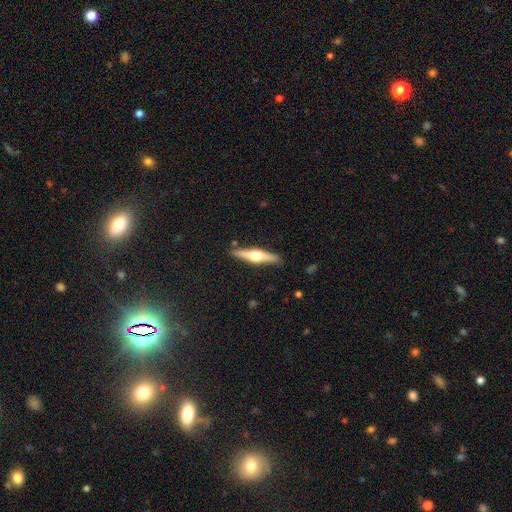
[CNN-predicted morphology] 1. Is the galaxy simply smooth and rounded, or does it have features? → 65% featured or disk, 29% smooth, 5% star or artifact.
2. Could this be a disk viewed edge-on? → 97% yes, 3% no.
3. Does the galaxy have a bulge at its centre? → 94% rounded, 4% boxy, 2% none.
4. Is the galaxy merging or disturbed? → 87% none, 9% minor disturbance, 2% merger, 2% major disturbance.